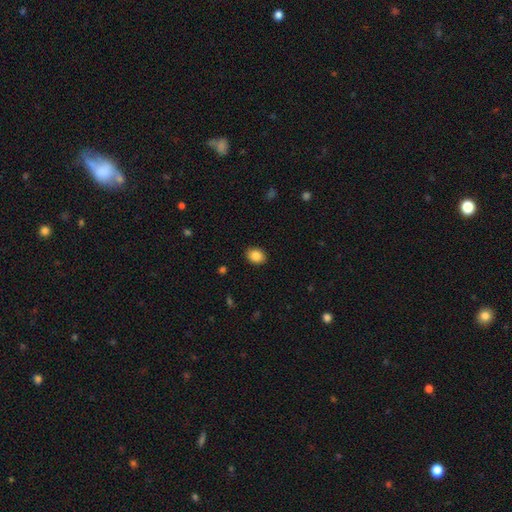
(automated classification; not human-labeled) smooth-or-featured: smooth: 87% | star or artifact: 8% | featured or disk: 5%
  how-rounded: in between: 64% | round: 36% | cigar-shaped: 1%
  merging: none: 89% | minor disturbance: 8% | major disturbance: 2% | merger: 1%